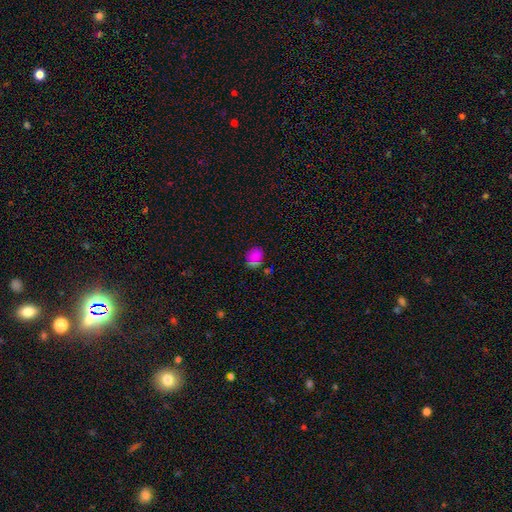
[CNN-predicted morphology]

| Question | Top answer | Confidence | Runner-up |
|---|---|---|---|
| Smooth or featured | smooth | 68% | star or artifact (24%) |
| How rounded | round | 71% | in between (27%) |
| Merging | none | 80% | minor disturbance (12%) |